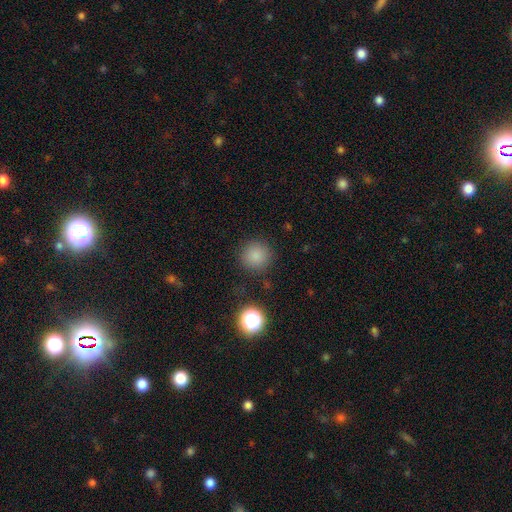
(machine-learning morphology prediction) smooth-or-featured: smooth: 83% | star or artifact: 13% | featured or disk: 4%
  how-rounded: round: 95% | in between: 4% | cigar-shaped: 1%
  merging: none: 87% | minor disturbance: 8% | major disturbance: 3% | merger: 2%